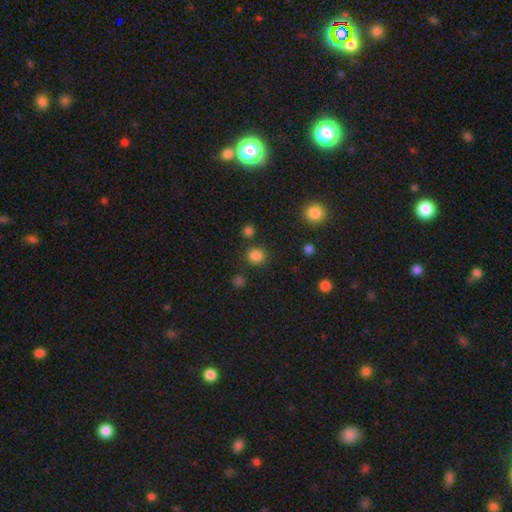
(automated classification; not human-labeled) A smooth galaxy with no disk features (83%) that is round (90%).

Vote fractions:
- Smooth or featured? smooth: 83% / star or artifact: 14% / featured or disk: 4%
- How rounded? round: 90% / in between: 9% / cigar-shaped: 1%
- Merging? none: 84% / minor disturbance: 8% / merger: 5% / major disturbance: 3%